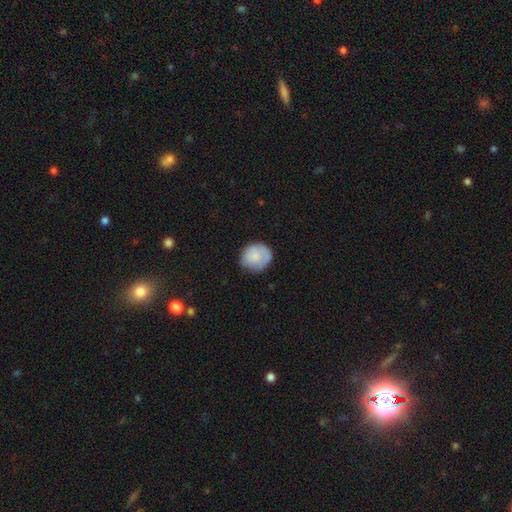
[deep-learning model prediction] smooth 78%, featured or disk 15%, star or artifact 7%. Down the decision tree: how rounded — round (79%); merging — none (70%).